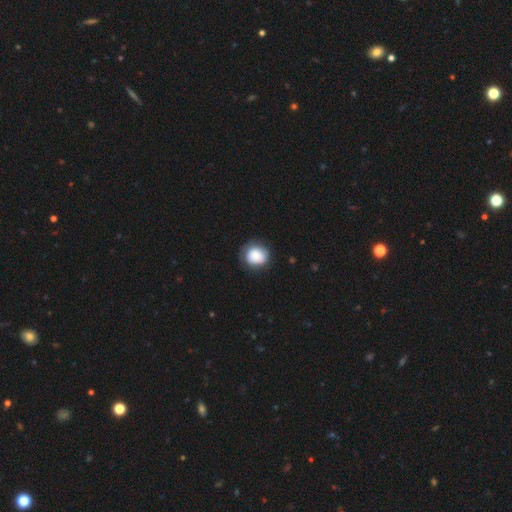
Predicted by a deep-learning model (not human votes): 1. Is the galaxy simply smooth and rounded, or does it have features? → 82% smooth, 11% featured or disk, 7% star or artifact.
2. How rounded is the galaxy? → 77% round, 22% in between, 1% cigar-shaped.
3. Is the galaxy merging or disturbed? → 74% none, 19% minor disturbance, 6% major disturbance, 1% merger.